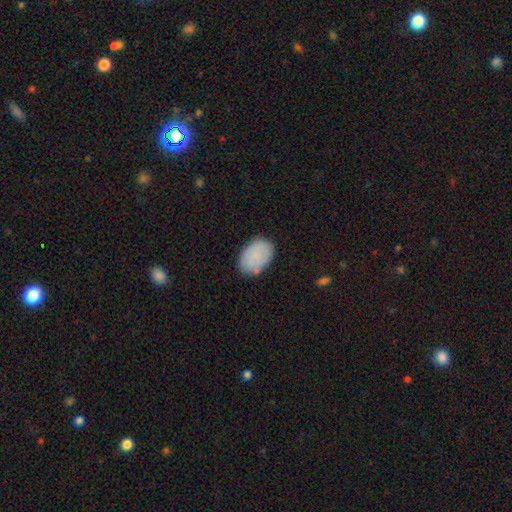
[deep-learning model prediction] This is clearly a smooth galaxy (82%). How rounded: clearly in between (89%). Merging: likely none (78%).